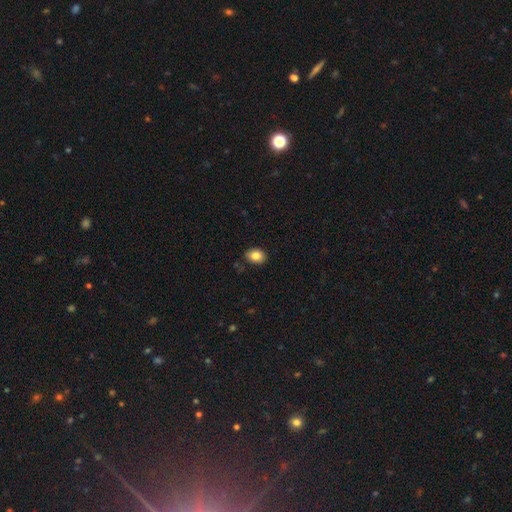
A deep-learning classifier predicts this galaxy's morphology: This is clearly a smooth galaxy (84%). How rounded: likely in between (66%). Merging: clearly none (87%).